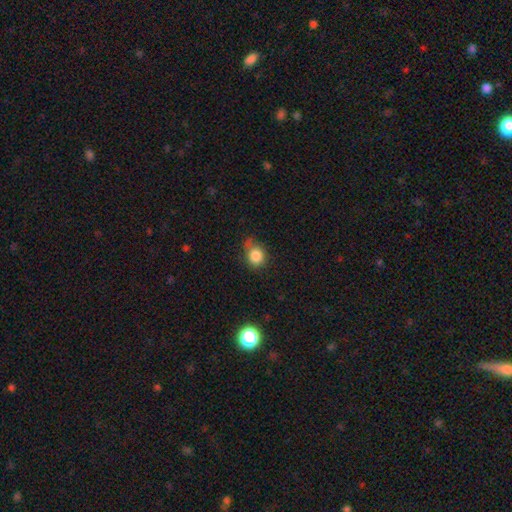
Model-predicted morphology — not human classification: This is clearly a smooth galaxy (84%). How rounded: likely round (64%). Merging: possibly none (55%).